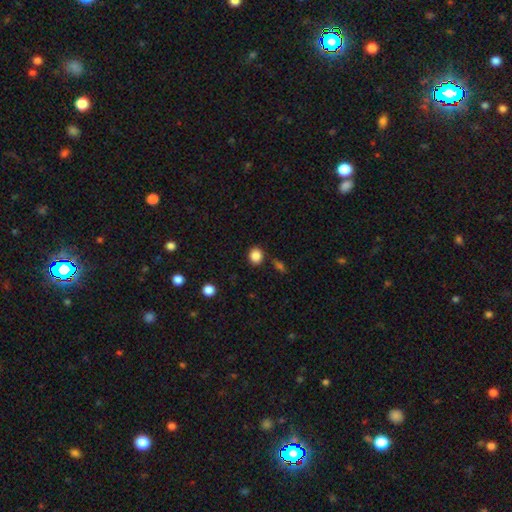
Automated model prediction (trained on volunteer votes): This appears to be a smooth galaxy with no disk features (86%) that is round (75%). Merging: none (85%).